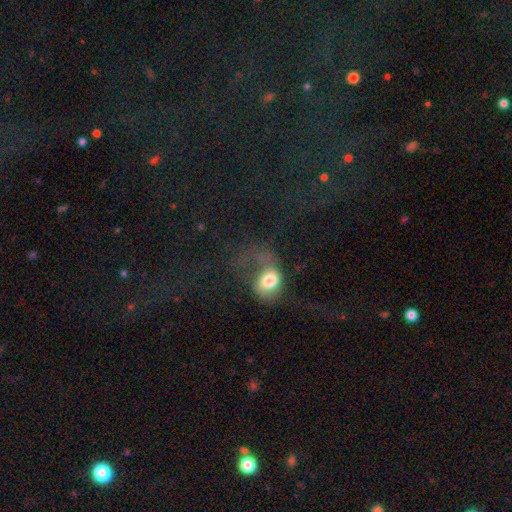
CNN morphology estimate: type=featured or disk (50%); merging=major disturbance (42%).